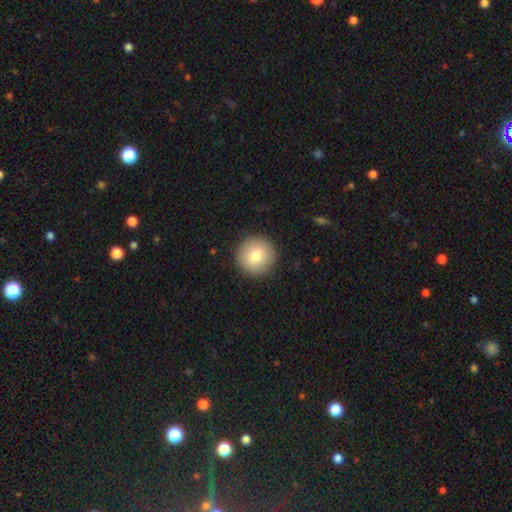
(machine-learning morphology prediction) This is clearly a smooth galaxy (82%). How rounded: clearly round (96%). Merging: clearly none (92%).